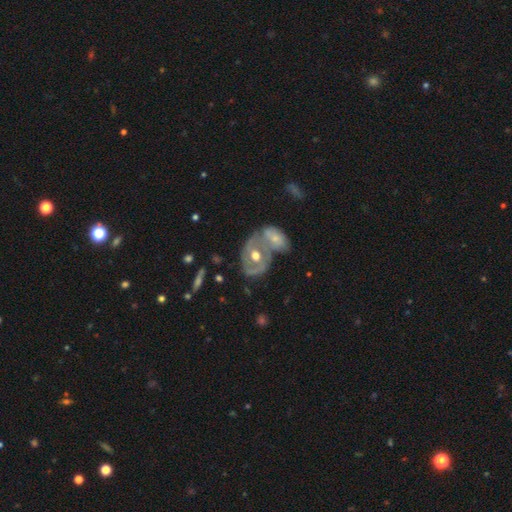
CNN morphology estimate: smooth_or_featured: featured or disk (p=0.64) [alt: smooth p=0.29]
disk_edge_on: no (p=0.94) [alt: yes p=0.06]
bar: no (p=0.77) [alt: weak p=0.17]
has_spiral_arms: no (p=0.51) [alt: yes p=0.49]
bulge_size: moderate (p=0.74) [alt: large p=0.13]
merging: merger (p=0.52) [alt: none p=0.27]